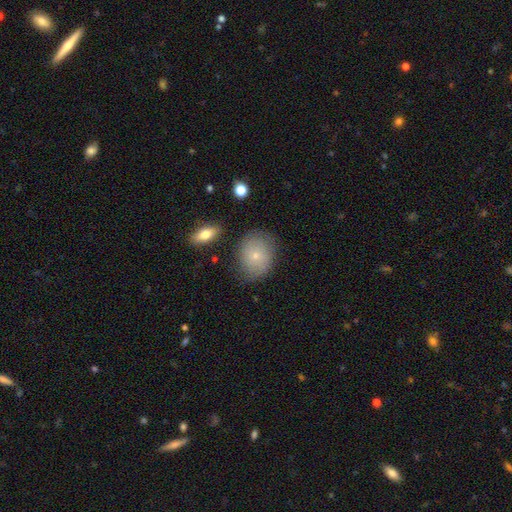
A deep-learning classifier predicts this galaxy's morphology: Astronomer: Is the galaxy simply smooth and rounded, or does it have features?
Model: smooth — 70%.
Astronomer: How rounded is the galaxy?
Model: round — 55% (runner-up: in between, 44%).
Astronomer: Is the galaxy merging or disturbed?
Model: none — 73%.